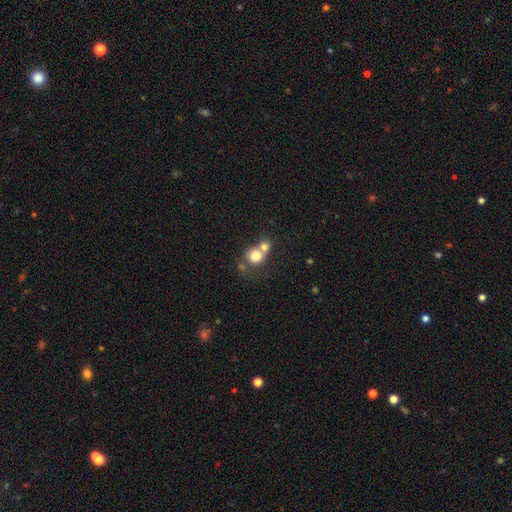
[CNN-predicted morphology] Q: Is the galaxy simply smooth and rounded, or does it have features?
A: smooth — 75%.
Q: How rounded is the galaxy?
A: round — 80%.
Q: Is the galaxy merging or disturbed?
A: merger — 59%.